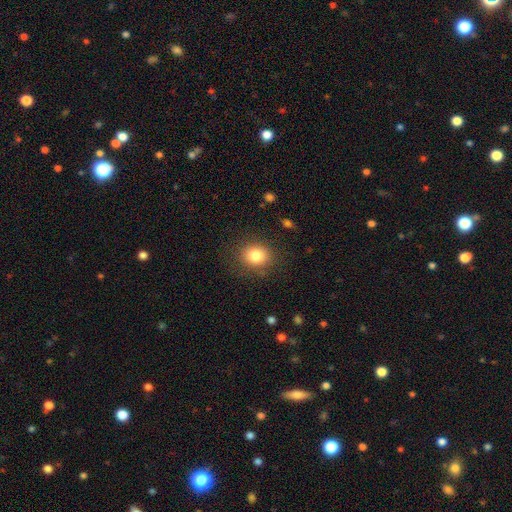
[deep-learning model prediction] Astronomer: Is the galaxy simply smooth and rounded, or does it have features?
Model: smooth — 83%.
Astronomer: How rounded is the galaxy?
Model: round — 64%.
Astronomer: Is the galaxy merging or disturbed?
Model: none — 82%.